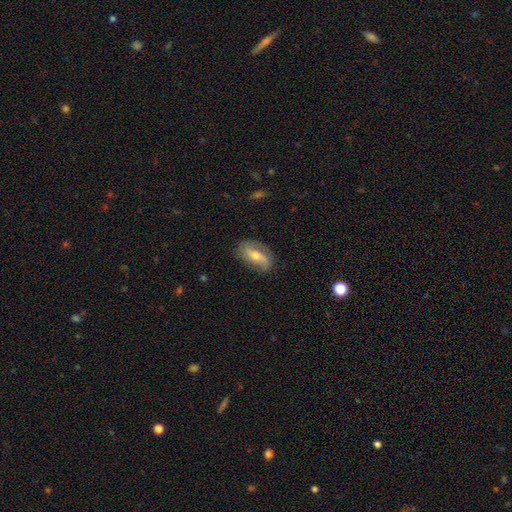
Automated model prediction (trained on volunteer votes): featured or disk 57%, smooth 36%, star or artifact 8%. Down the decision tree: edge-on disk — no (87%); merging — none (78%).